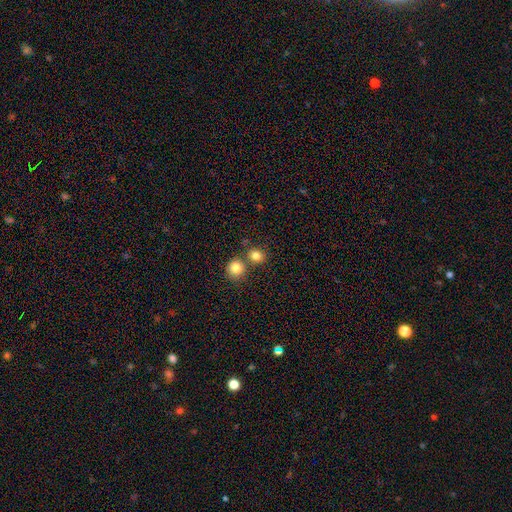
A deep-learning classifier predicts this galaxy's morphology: smooth 83%, star or artifact 11%, featured or disk 6%. Down the decision tree: how rounded — round (77%); merging — none (65%).